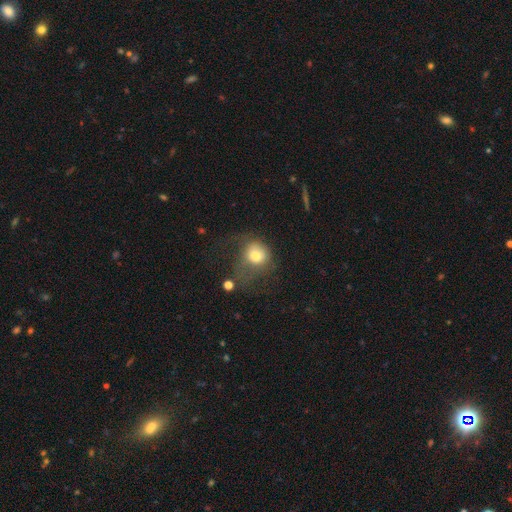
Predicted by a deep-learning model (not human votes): Morphology: type=smooth (73%); roundness=round (69%); merging=major disturbance (46%).